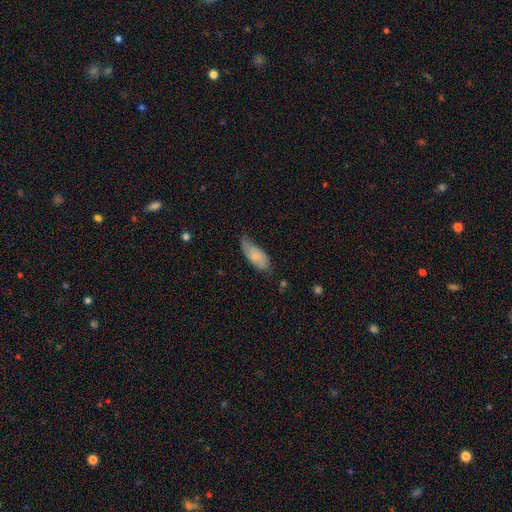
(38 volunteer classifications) Overall: smooth (74%). How rounded: in between (89%). Merging: none (68%).